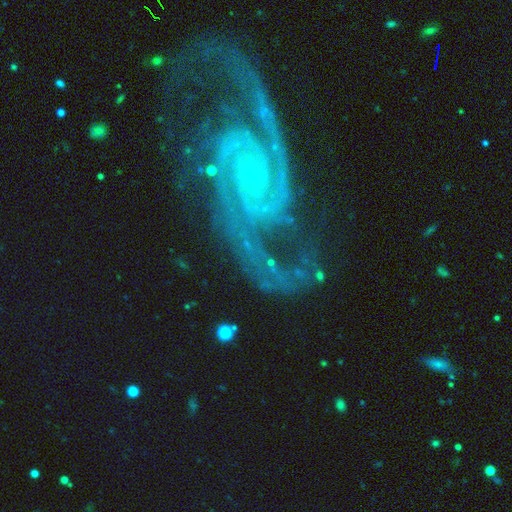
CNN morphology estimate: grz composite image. It shows a featured or disk galaxy (90%) with no bar (70%), 2 (85%) medium (52%) spiral arms (98%) and a small central bulge (86%). Merging: none (69%).